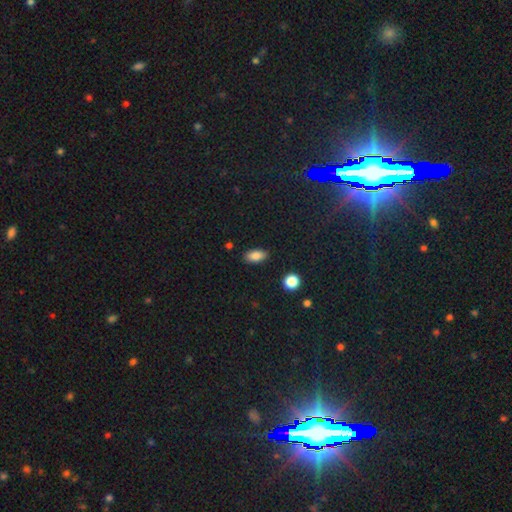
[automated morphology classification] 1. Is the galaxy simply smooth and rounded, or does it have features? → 85% smooth, 9% star or artifact, 6% featured or disk.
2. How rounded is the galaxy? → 91% in between, 5% round, 4% cigar-shaped.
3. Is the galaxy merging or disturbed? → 87% none, 9% minor disturbance, 2% major disturbance, 2% merger.